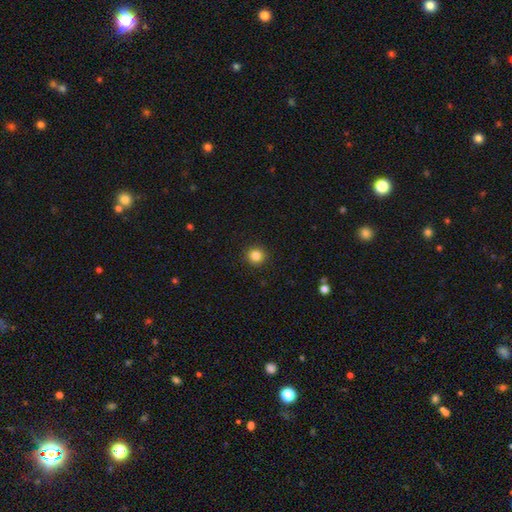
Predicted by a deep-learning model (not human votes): The model was most divided on "smooth or featured": smooth: 84%, star or artifact: 12%, featured or disk: 4%. More confident: how rounded — round (95%); merging — none (92%).